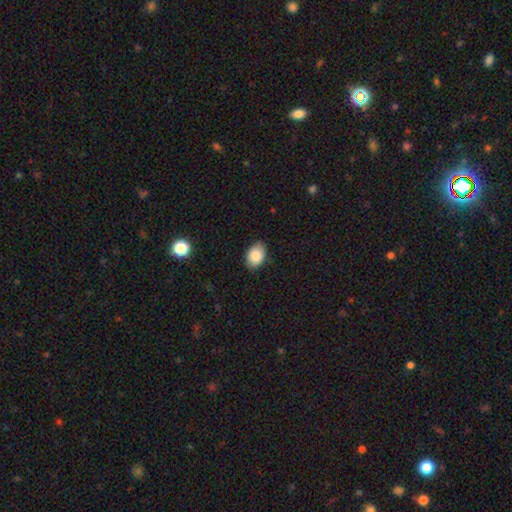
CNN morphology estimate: Overall: smooth (88%). How rounded: in between (83%). Merging: none (83%).